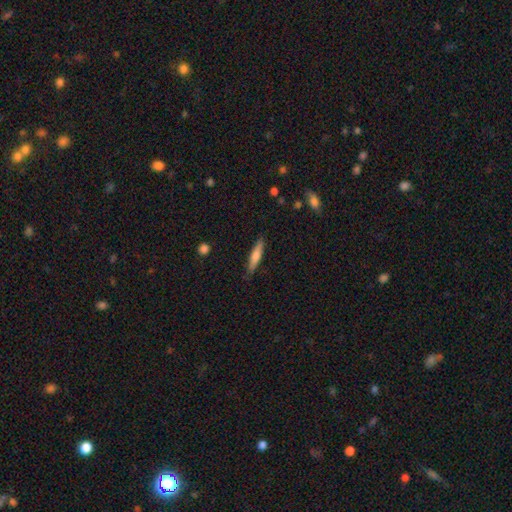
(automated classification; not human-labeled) smooth 61%, featured or disk 33%, star or artifact 6%. Down the decision tree: how rounded — cigar-shaped (87%); merging — none (86%).